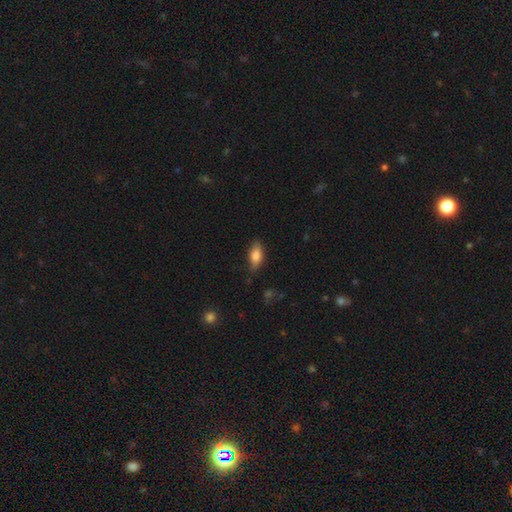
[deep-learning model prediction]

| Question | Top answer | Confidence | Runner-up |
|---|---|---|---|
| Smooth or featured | smooth | 76% | featured or disk (16%) |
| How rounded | in between | 82% | cigar-shaped (14%) |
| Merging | none | 77% | minor disturbance (18%) |